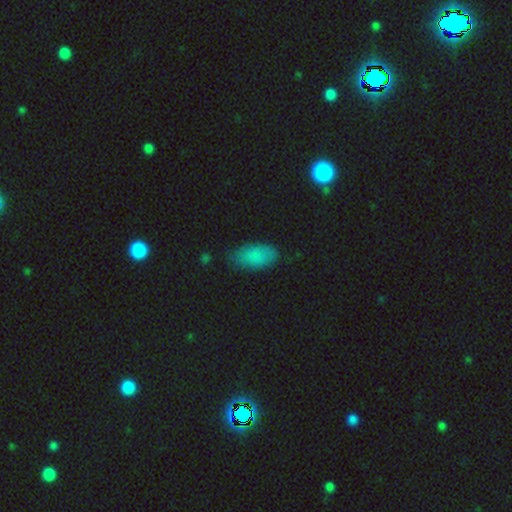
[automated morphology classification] smooth-or-featured: smooth: 83% | star or artifact: 10% | featured or disk: 7%
  how-rounded: in between: 92% | cigar-shaped: 4% | round: 3%
  merging: none: 74% | minor disturbance: 20% | major disturbance: 4% | merger: 2%